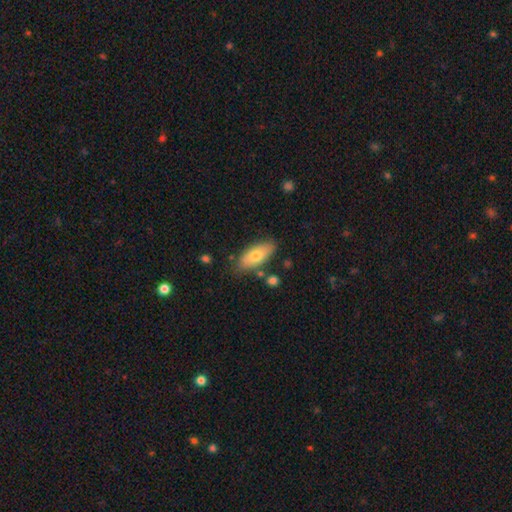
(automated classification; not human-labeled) smooth-or-featured: smooth: 70% | featured or disk: 24% | star or artifact: 6%
  how-rounded: in between: 84% | cigar-shaped: 13% | round: 3%
  merging: none: 75% | minor disturbance: 16% | merger: 5% | major disturbance: 3%